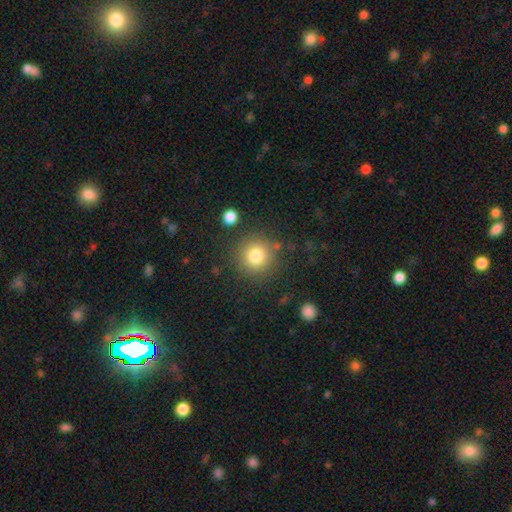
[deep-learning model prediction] smooth-or-featured: smooth: 80% | star or artifact: 12% | featured or disk: 8%
  how-rounded: round: 93% | in between: 6% | cigar-shaped: 1%
  merging: none: 83% | minor disturbance: 9% | major disturbance: 4% | merger: 4%